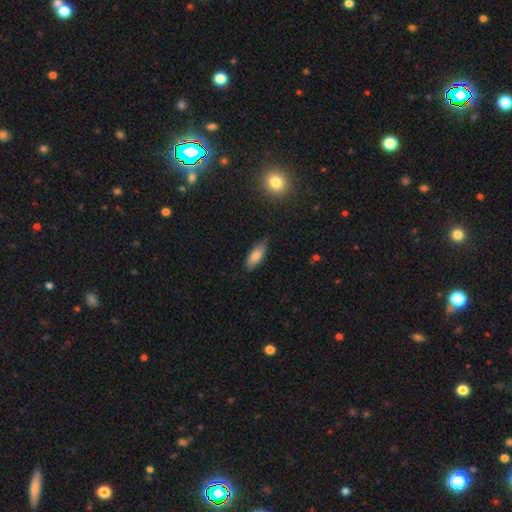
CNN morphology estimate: This is likely a smooth galaxy (78%). How rounded: likely in between (78%). Merging: likely none (69%).